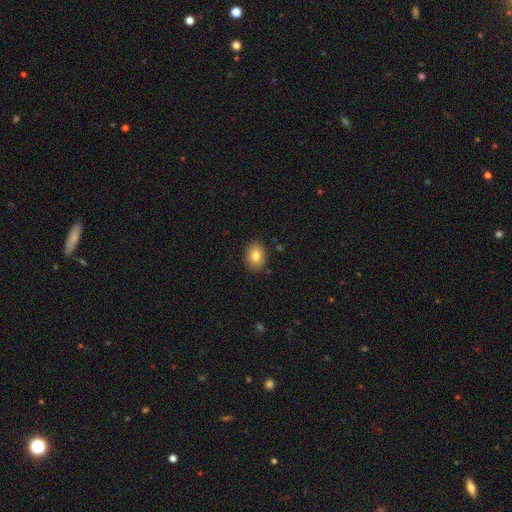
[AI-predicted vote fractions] smooth-or-featured: smooth: 81% | featured or disk: 11% | star or artifact: 8%
  how-rounded: in between: 70% | round: 29% | cigar-shaped: 1%
  merging: none: 87% | minor disturbance: 9% | major disturbance: 2% | merger: 1%